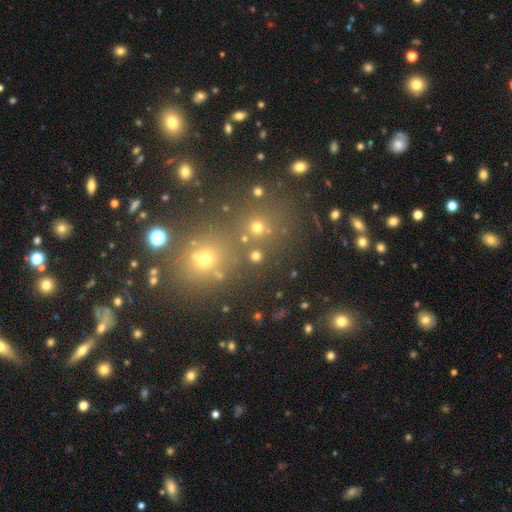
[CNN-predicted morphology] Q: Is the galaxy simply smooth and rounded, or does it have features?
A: smooth — 68%.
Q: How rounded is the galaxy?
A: round — 88%.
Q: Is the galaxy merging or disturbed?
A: none — 77%.